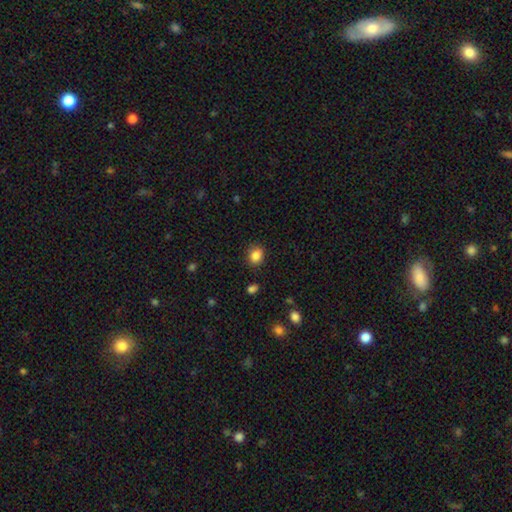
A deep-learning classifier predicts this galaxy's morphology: Smooth or featured: smooth — 85% (star or artifact — 10%)
How rounded: round — 63% (in between — 36%)
Merging: none — 85% (minor disturbance — 10%)